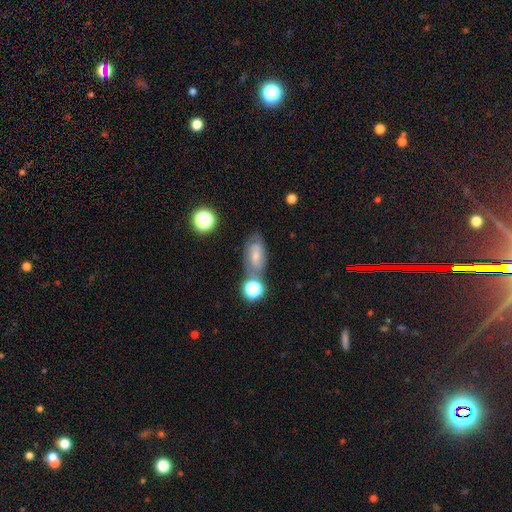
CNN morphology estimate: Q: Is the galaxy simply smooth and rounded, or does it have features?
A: smooth — 51%.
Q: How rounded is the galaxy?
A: in between — 82%.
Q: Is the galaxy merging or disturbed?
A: none — 55%.